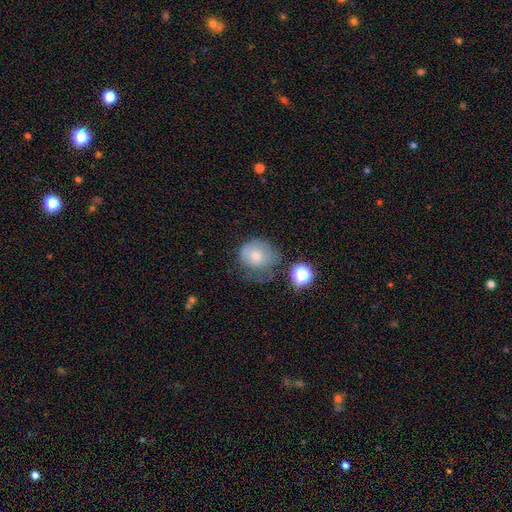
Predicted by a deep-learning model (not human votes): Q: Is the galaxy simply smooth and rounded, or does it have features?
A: smooth — 65%.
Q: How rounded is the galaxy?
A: round — 73%.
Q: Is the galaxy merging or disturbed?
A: none — 35%.